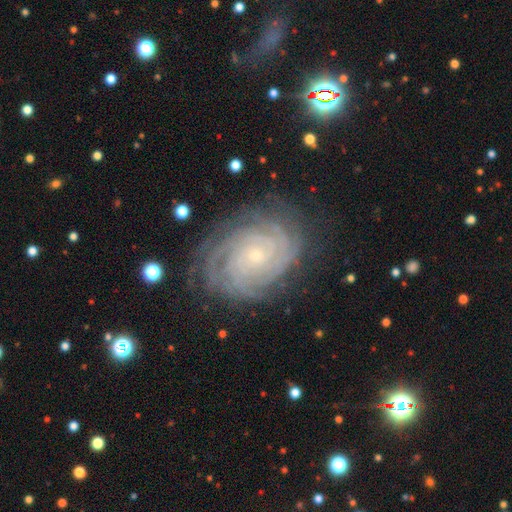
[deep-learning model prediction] Overall: featured or disk (86%). Edge-on disk: no (97%). Bar: no (76%). Spiral arms: yes (98%). Spiral arm count: can't tell (27%; 4 22%). Spiral winding: tight (84%). Bulge size: small (79%). Merging: none (79%).